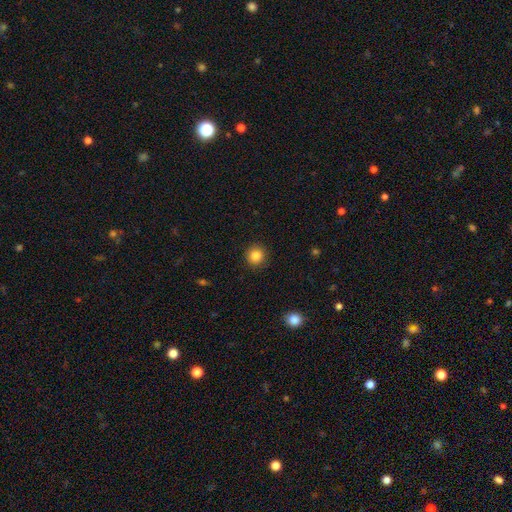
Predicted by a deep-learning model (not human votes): Smooth or featured? Predicted: smooth (p=0.86). How rounded? Predicted: round (p=0.93). Merging? Predicted: none (p=0.91).